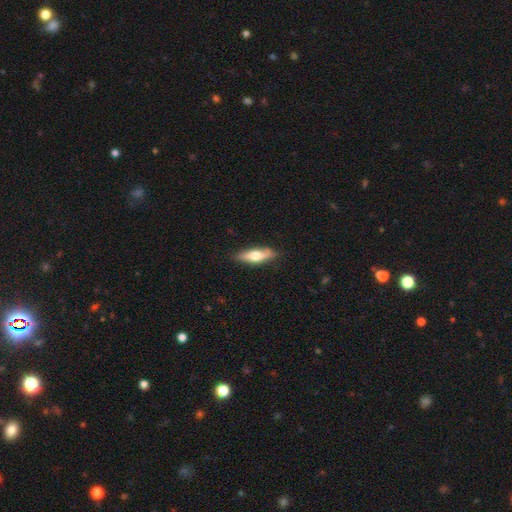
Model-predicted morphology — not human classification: smooth 55%, featured or disk 40%, star or artifact 6%. Down the decision tree: how rounded — cigar-shaped (58%); merging — none (84%).